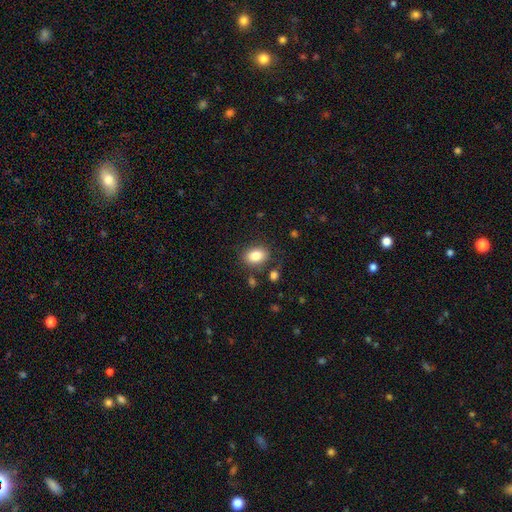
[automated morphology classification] Smooth or featured?
  - smooth: 85% *
  - star or artifact: 8%
  - featured or disk: 7%
How rounded?
  - in between: 75% *
  - round: 24%
  - cigar-shaped: 1%
Merging?
  - none: 80% *
  - minor disturbance: 12%
  - major disturbance: 4%
  - merger: 4%